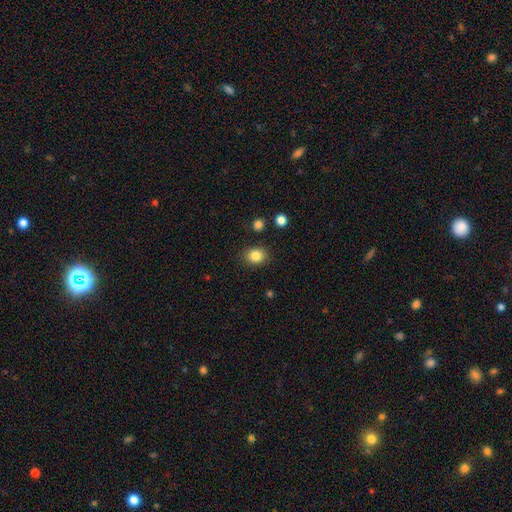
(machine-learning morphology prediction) Overall: smooth (85%). How rounded: round (66%; in between 33%). Merging: none (86%).